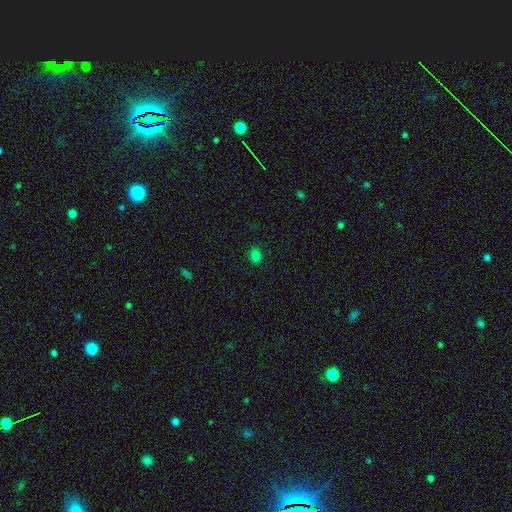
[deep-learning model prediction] A smooth galaxy with no disk features (80%) that is round (63%). Merging: none (88%).